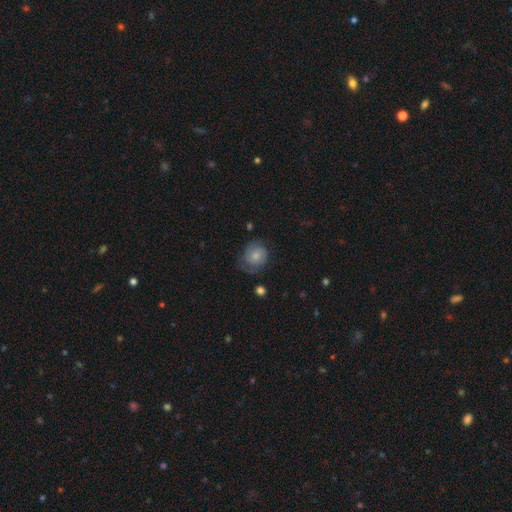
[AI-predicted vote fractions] Overall: featured or disk (48%; smooth 44%). Merging: none (59%; minor disturbance 26%).